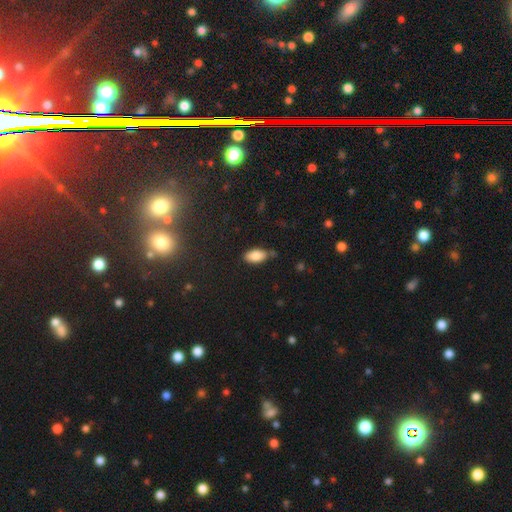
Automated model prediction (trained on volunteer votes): Smooth or featured? smooth (84%)
How rounded? in between (93%)
Merging? none (67%)